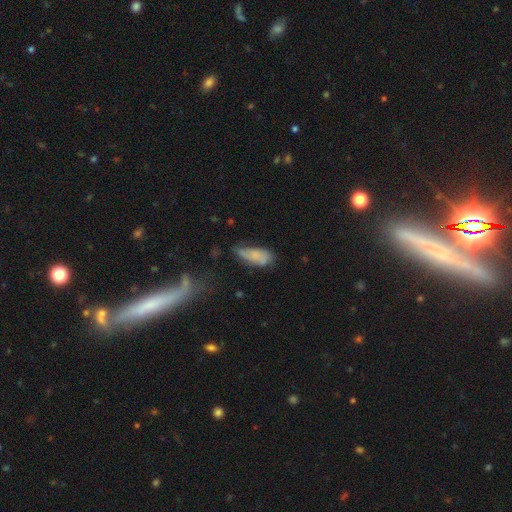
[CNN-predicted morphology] A smooth galaxy with no disk features (65%) that is in between round and cigar-shaped (77%). Merging: none (46%).